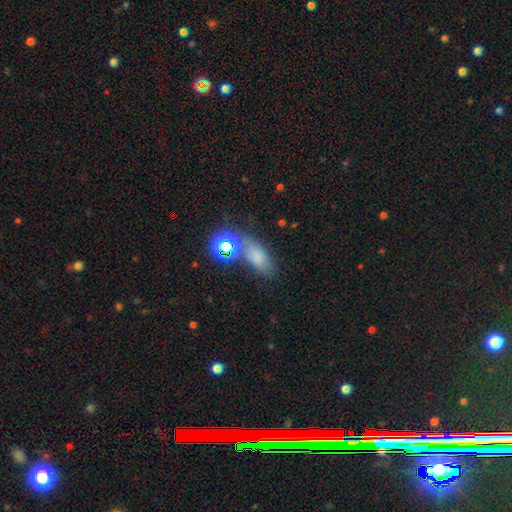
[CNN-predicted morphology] Smooth or featured: smooth — 63% (star or artifact — 26%)
How rounded: in between — 76% (round — 14%)
Merging: none — 60% (minor disturbance — 17%)